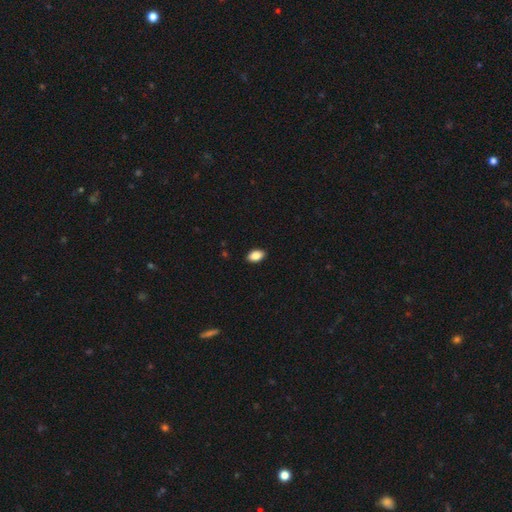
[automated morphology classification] Smooth or featured? smooth (87%)
How rounded? in between (92%)
Merging? none (90%)